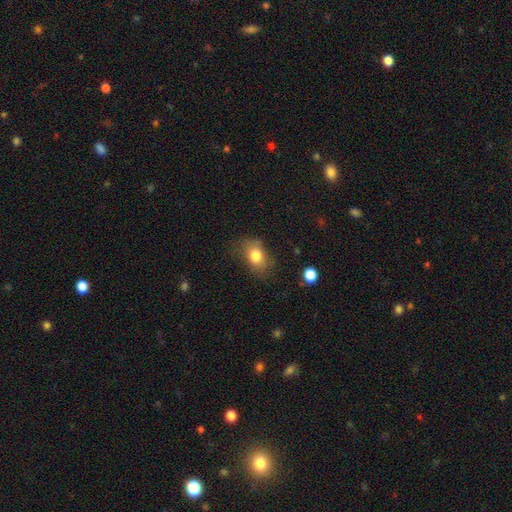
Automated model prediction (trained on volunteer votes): Q: Smooth or featured?
A: smooth (80%); runner-up: featured or disk (11%)
Q: How rounded?
A: in between (75%); runner-up: round (23%)
Q: Merging?
A: none (63%); runner-up: minor disturbance (25%)